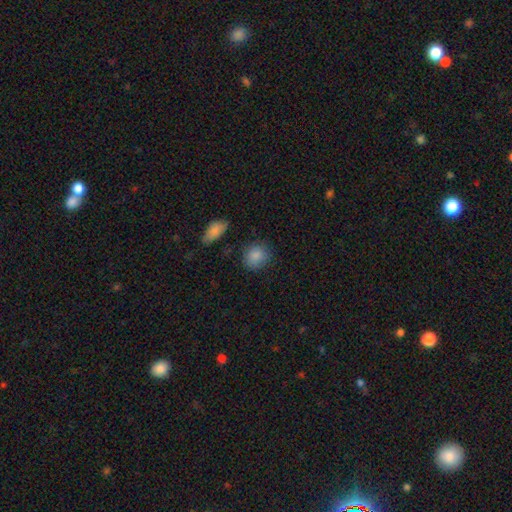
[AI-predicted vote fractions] A smooth galaxy with no disk features (87%) that is round (72%).

Vote fractions:
- Smooth or featured? smooth: 87% / star or artifact: 8% / featured or disk: 5%
- How rounded? round: 72% / in between: 27% / cigar-shaped: 1%
- Merging? none: 78% / minor disturbance: 15% / major disturbance: 4% / merger: 3%